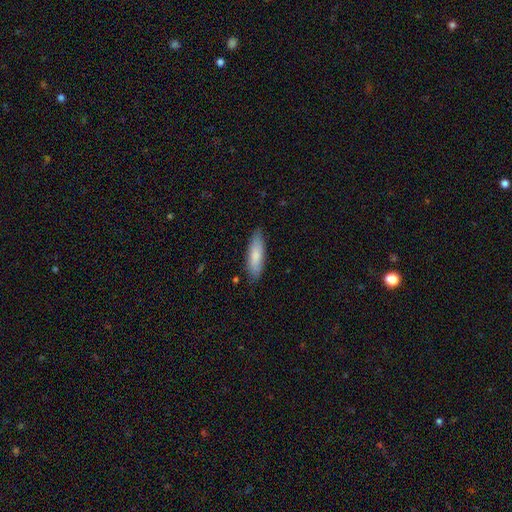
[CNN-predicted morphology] Smooth or featured? Predicted: smooth (p=0.80). How rounded? Predicted: cigar-shaped (p=0.50). Merging? Predicted: none (p=0.84).